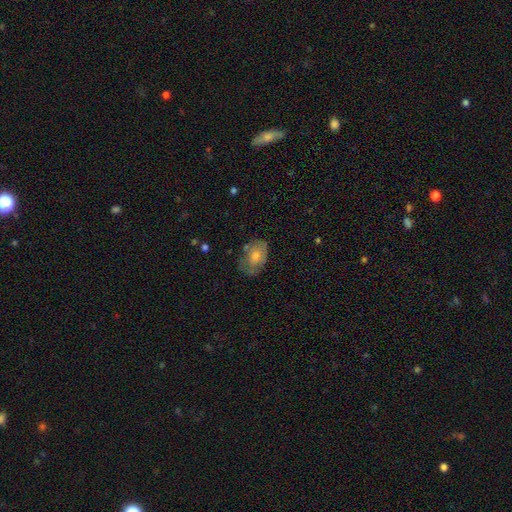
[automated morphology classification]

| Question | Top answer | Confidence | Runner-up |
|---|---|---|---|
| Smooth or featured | smooth | 46% | featured or disk (43%) |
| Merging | none | 65% | minor disturbance (24%) |